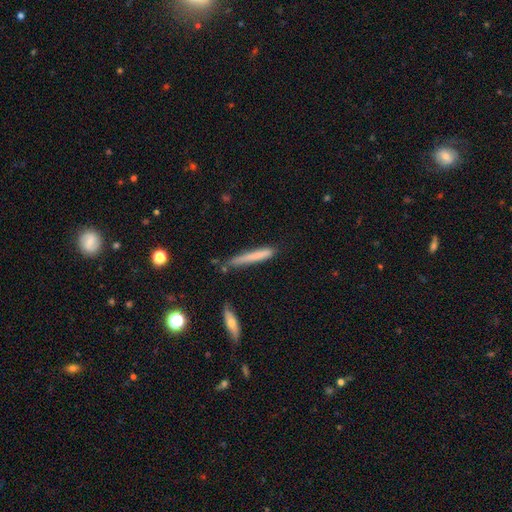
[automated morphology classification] Smooth or featured? Predicted: smooth (p=0.71). How rounded? Predicted: cigar-shaped (p=0.95). Merging? Predicted: none (p=0.71).